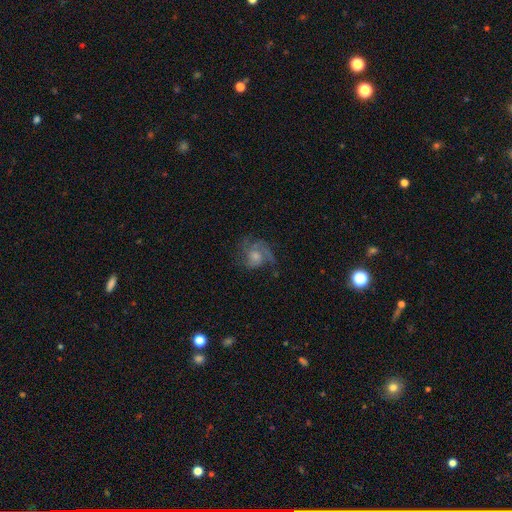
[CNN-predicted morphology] This appears to be a featured or disk galaxy (62%) with no bar (77%), medium (44%) spiral arms (84%) and a moderate central bulge (46%). Merging: none (47%).